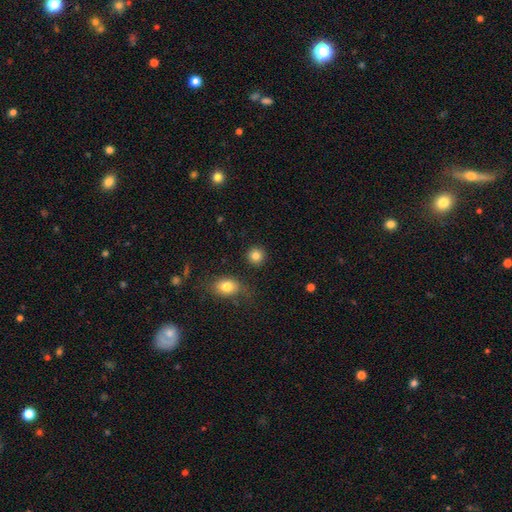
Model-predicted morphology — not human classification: A smooth galaxy with no disk features (84%) that is round (91%). Merging: none (89%).